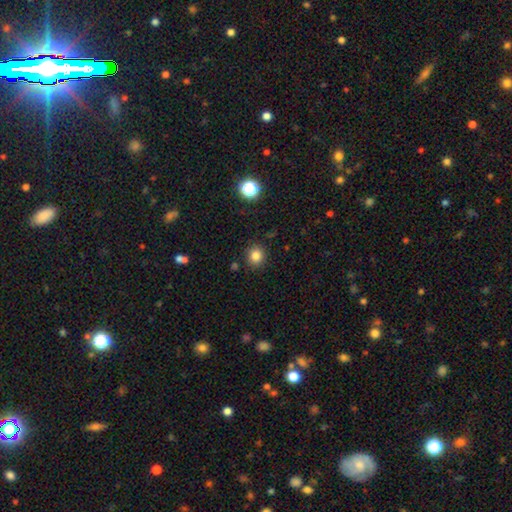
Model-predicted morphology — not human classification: smooth-or-featured: smooth: 83% | star or artifact: 12% | featured or disk: 5%
  how-rounded: round: 81% | in between: 18% | cigar-shaped: 1%
  merging: none: 88% | minor disturbance: 8% | major disturbance: 2% | merger: 2%